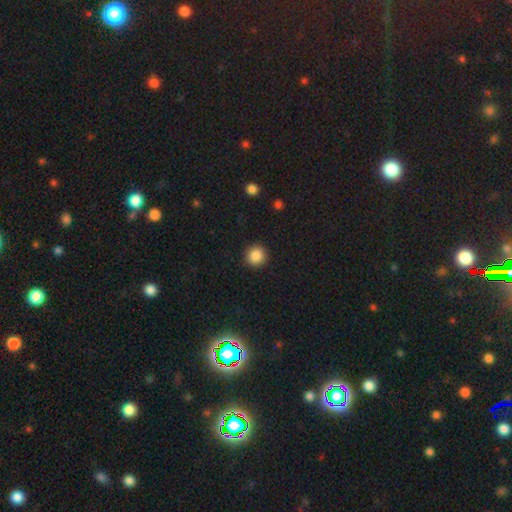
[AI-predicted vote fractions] Smooth or featured?
  - smooth: 87% *
  - star or artifact: 9%
  - featured or disk: 3%
How rounded?
  - round: 93% *
  - in between: 6%
  - cigar-shaped: 1%
Merging?
  - none: 92% *
  - minor disturbance: 5%
  - major disturbance: 2%
  - merger: 1%